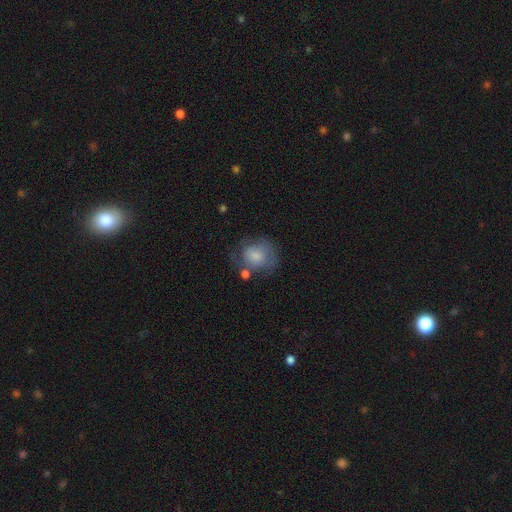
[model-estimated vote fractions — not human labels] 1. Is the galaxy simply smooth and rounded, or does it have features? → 61% smooth, 31% featured or disk, 8% star or artifact.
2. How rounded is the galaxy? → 73% round, 26% in between, 1% cigar-shaped.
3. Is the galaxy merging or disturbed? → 48% none, 26% minor disturbance, 18% major disturbance, 8% merger.